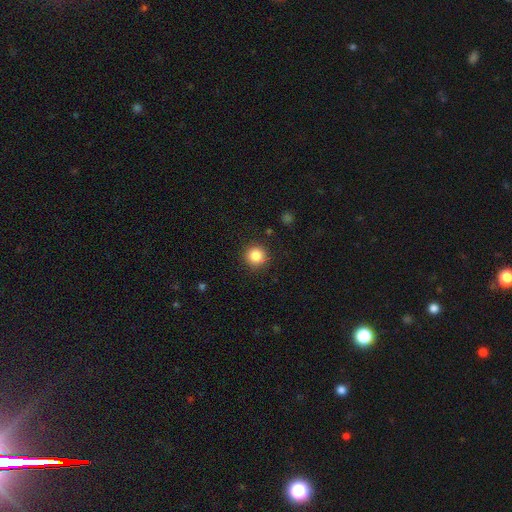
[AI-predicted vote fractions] A smooth galaxy with no disk features (86%) that is round (95%). Merging: none (89%).